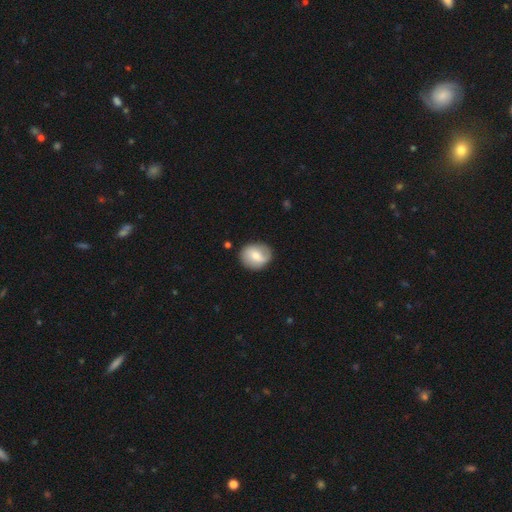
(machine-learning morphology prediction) smooth-or-featured: smooth: 58% | featured or disk: 35% | star or artifact: 7%
  how-rounded: round: 69% | in between: 30% | cigar-shaped: 1%
  merging: none: 83% | minor disturbance: 12% | major disturbance: 3% | merger: 2%